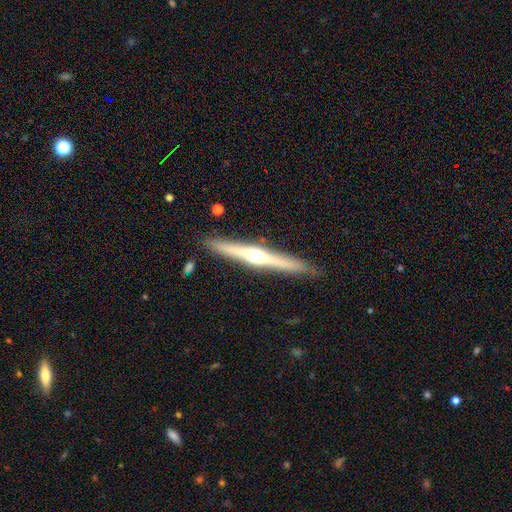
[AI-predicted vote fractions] Smooth or featured: featured or disk — 71% (smooth — 24%)
Edge-on disk: yes — 98% (no — 2%)
Edge-on bulge: rounded — 88% (none — 8%)
Merging: none — 89% (minor disturbance — 8%)